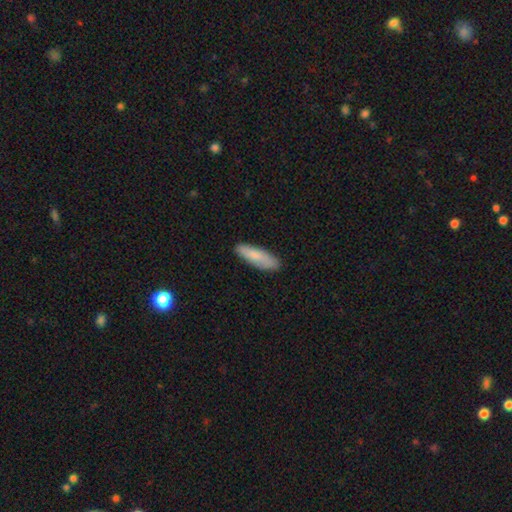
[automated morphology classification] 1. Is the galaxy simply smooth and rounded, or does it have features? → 81% smooth, 13% featured or disk, 6% star or artifact.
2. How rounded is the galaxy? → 61% cigar-shaped, 37% in between, 2% round.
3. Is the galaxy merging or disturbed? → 86% none, 11% minor disturbance, 2% major disturbance, 1% merger.